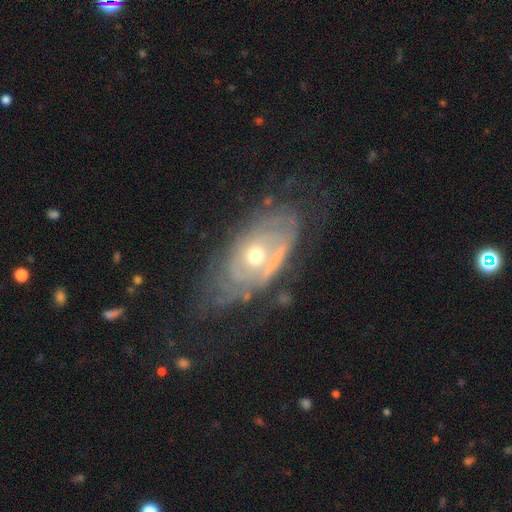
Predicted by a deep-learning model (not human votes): The model was most divided on "spiral arms": yes: 65%, no: 35%. More confident: edge-on disk — no (89%); bar — no (80%); smooth or featured — featured or disk (74%); bulge size — moderate (65%); merging — none (56%).